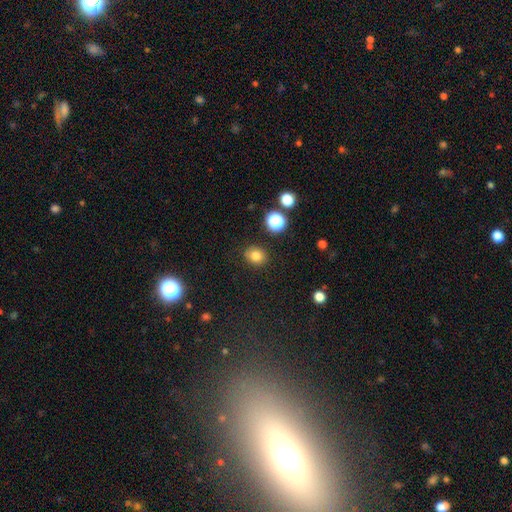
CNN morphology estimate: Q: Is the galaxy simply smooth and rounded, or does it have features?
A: smooth — 80%.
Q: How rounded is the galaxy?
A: round — 61%.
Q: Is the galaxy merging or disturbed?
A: none — 87%.